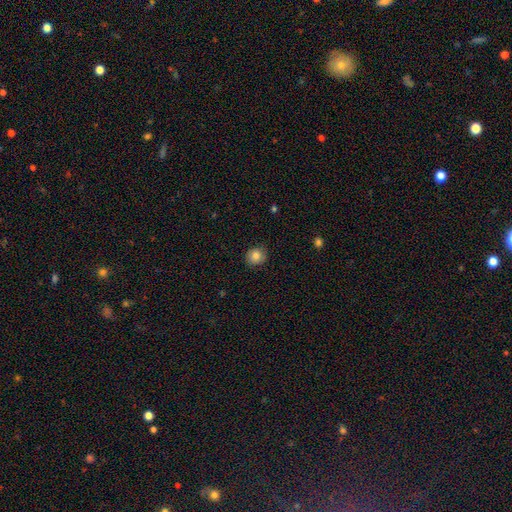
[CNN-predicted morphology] type=smooth (83%); roundness=round (81%); merging=none (83%).